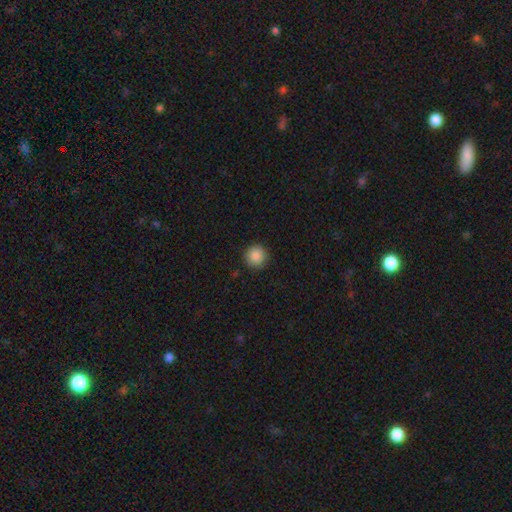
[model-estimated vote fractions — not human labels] This is clearly a smooth galaxy (89%). How rounded: clearly round (95%). Merging: clearly none (91%).